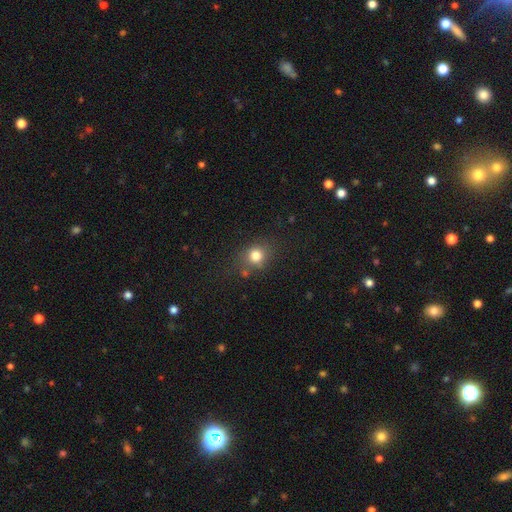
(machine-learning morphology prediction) Overall: smooth (79%). How rounded: round (76%). Merging: none (75%).